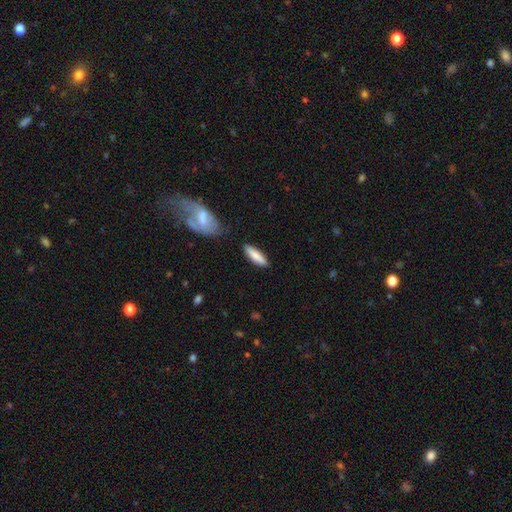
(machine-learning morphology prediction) The model was most divided on "how rounded": cigar-shaped: 53%, in between: 45%, round: 2%. More confident: merging — none (83%); smooth or featured — smooth (82%).